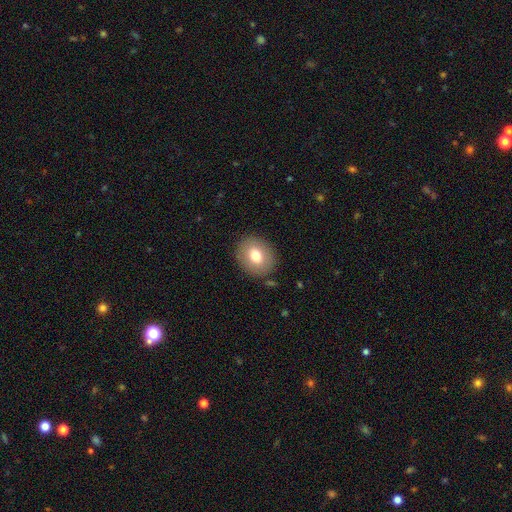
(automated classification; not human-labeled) Q: Smooth or featured?
A: smooth (74%); runner-up: featured or disk (17%)
Q: How rounded?
A: round (63%); runner-up: in between (36%)
Q: Merging?
A: none (87%); runner-up: minor disturbance (8%)